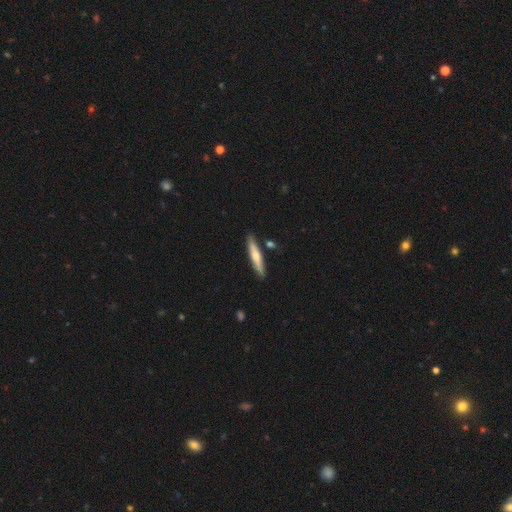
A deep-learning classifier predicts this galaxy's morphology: Smooth or featured?
  - smooth: 55% *
  - featured or disk: 40%
  - star or artifact: 5%
How rounded?
  - cigar-shaped: 90% *
  - in between: 9%
  - round: 1%
Merging?
  - none: 86% *
  - minor disturbance: 9%
  - merger: 4%
  - major disturbance: 2%